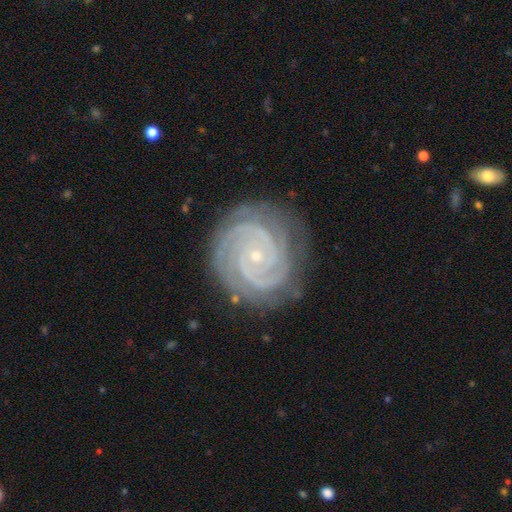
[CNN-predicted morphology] This is clearly a featured or disk galaxy (92%). It is clearly not viewed edge-on (98%). Bar: likely no (74%). Spiral arm pattern: clearly yes (99%). Spiral arm count: possibly 2 (49%). Spiral winding: clearly tight (85%). Central bulge: clearly small (86%). Merging: clearly none (82%).